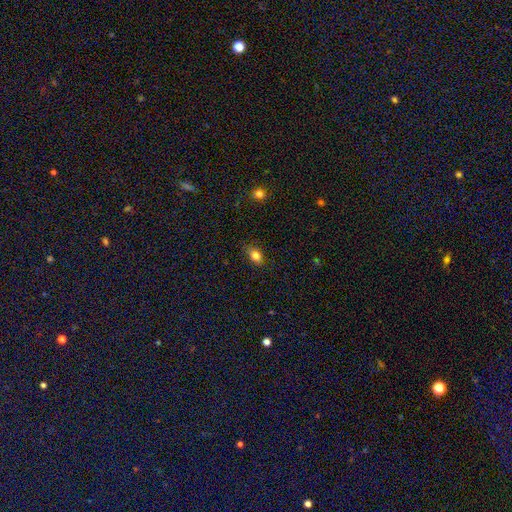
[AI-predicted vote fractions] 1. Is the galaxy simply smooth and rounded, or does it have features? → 82% smooth, 10% star or artifact, 8% featured or disk.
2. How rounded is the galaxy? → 79% in between, 18% round, 3% cigar-shaped.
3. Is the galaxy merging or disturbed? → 81% none, 15% minor disturbance, 3% major disturbance, 1% merger.